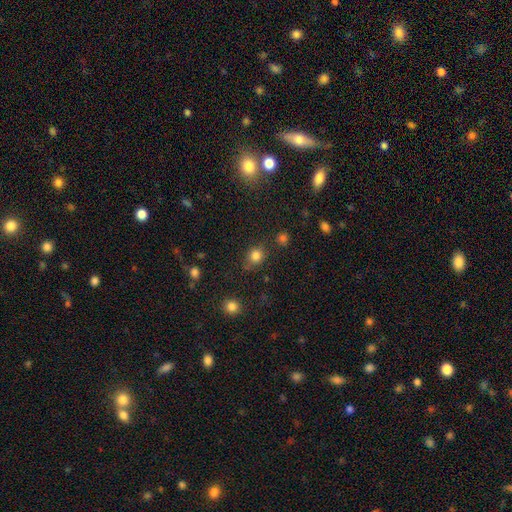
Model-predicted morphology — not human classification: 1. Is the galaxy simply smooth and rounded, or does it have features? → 81% smooth, 13% star or artifact, 5% featured or disk.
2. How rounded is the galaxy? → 75% round, 24% in between, 1% cigar-shaped.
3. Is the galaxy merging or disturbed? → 76% none, 15% minor disturbance, 5% merger, 5% major disturbance.